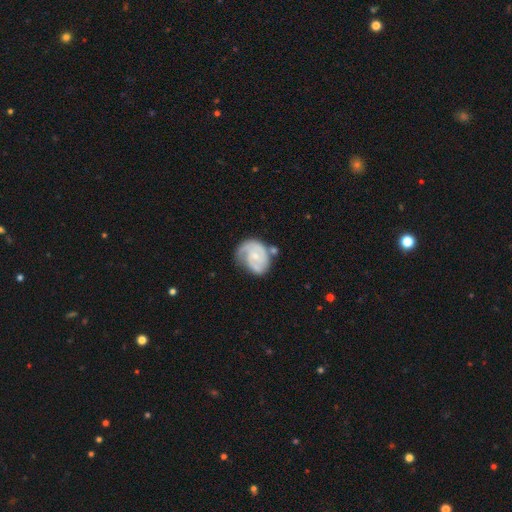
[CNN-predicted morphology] This is likely a featured or disk galaxy (80%). It is clearly not viewed edge-on (98%). Bar: likely no (61%). Spiral arm pattern: clearly yes (94%). Spiral arm count: possibly 2 (51%). Spiral winding: possibly tight (51%). Central bulge: likely small (63%). Merging: possibly none (50%).